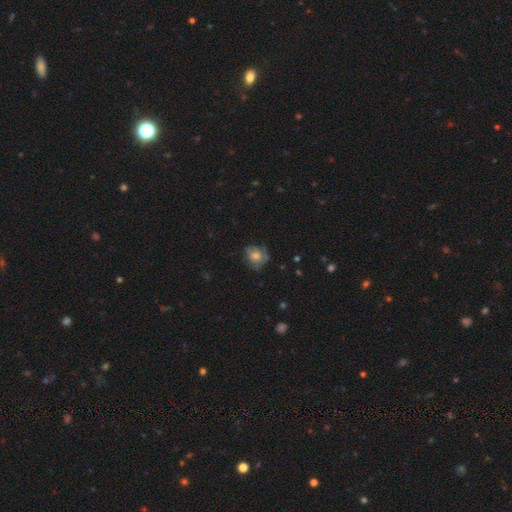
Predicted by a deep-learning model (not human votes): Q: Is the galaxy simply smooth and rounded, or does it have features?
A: smooth — 58%.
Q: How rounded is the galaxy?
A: round — 68%.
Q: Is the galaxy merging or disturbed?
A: none — 62%.